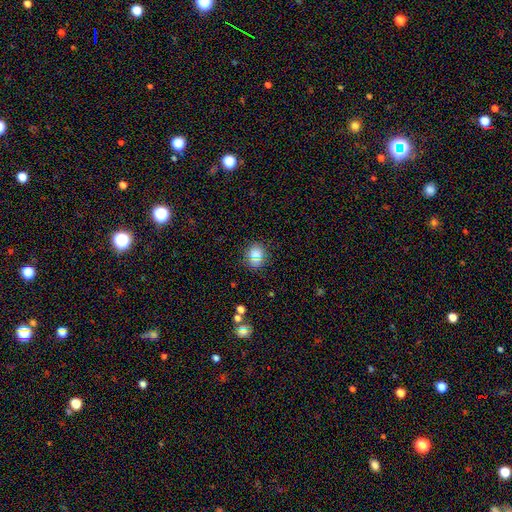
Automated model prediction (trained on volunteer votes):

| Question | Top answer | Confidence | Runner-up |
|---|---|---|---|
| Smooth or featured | smooth | 82% | star or artifact (11%) |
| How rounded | round | 60% | in between (39%) |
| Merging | none | 72% | minor disturbance (19%) |